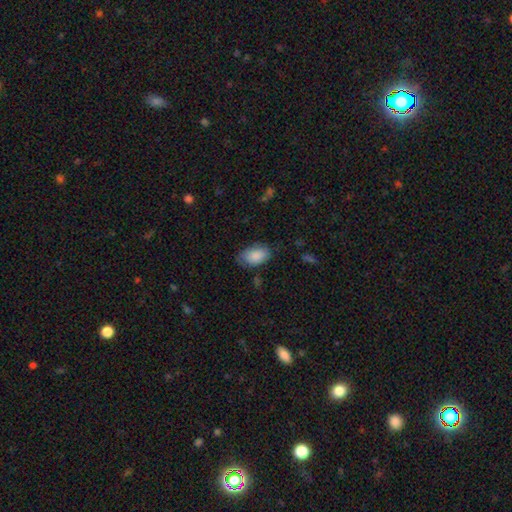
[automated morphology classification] Smooth or featured? smooth (85%)
How rounded? in between (93%)
Merging? none (66%)